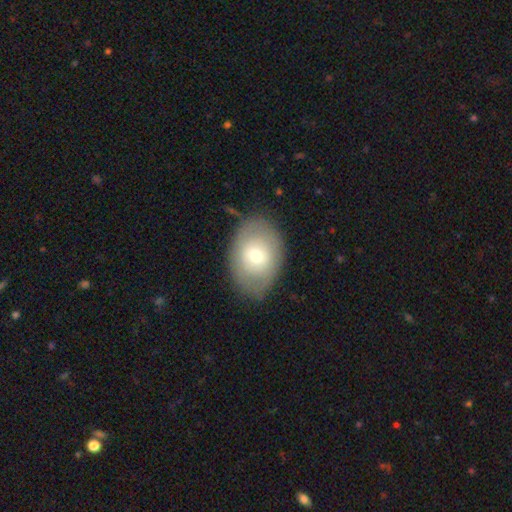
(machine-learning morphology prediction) Q: Smooth or featured?
A: smooth (62%); runner-up: featured or disk (30%)
Q: How rounded?
A: in between (74%); runner-up: round (25%)
Q: Merging?
A: none (78%); runner-up: minor disturbance (15%)